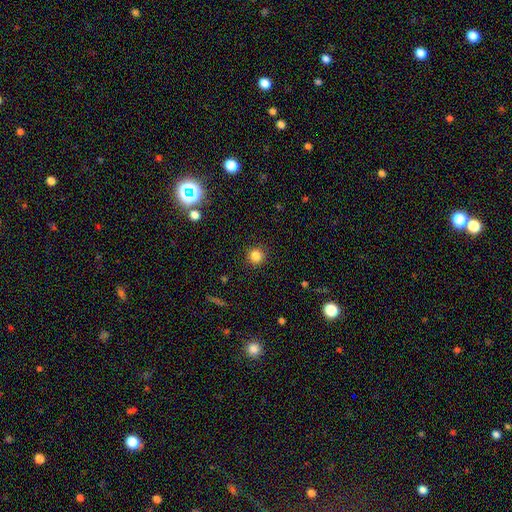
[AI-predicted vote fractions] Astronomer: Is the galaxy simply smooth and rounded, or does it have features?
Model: smooth — 83%.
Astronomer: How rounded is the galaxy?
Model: round — 94%.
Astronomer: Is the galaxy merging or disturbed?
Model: none — 91%.